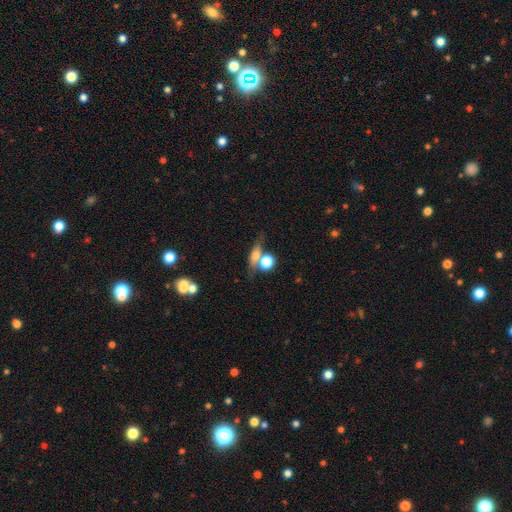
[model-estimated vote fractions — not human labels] smooth 55%, featured or disk 33%, star or artifact 13%. Down the decision tree: how rounded — in between (40%); merging — none (52%).